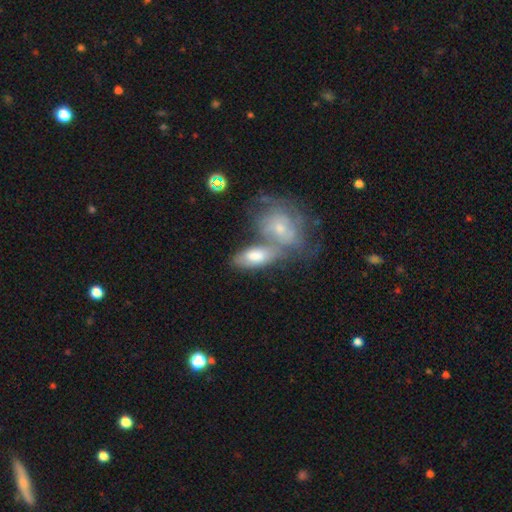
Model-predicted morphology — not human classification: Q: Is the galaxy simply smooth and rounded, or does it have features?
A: smooth — 58%.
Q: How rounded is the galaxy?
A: in between — 86%.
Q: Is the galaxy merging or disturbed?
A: merger — 48%.